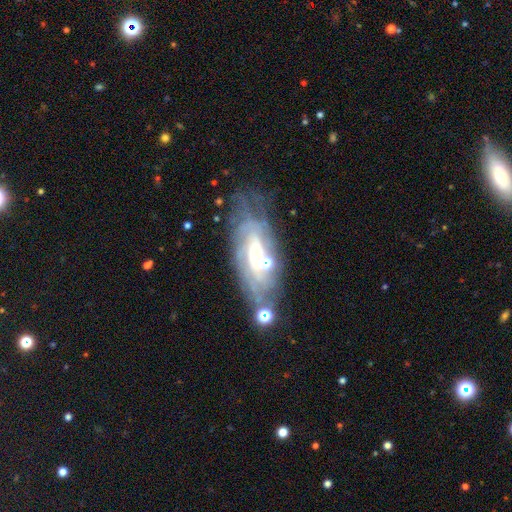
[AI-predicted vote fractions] This is likely a featured or disk galaxy (74%). It is clearly not viewed edge-on (87%). Bar: likely no (63%). Spiral arm pattern: likely yes (79%). Spiral arm count: likely can't tell (62%). Spiral winding: likely tight (67%). Central bulge: marginally moderate (38%). Merging: possibly none (57%).